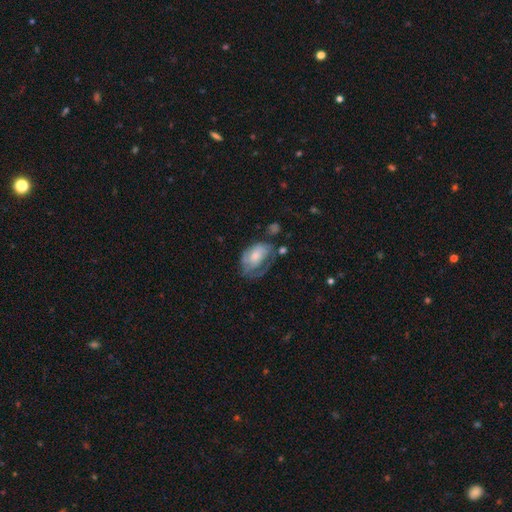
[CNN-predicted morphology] Smooth or featured? featured or disk (49%)
Merging? major disturbance (38%)